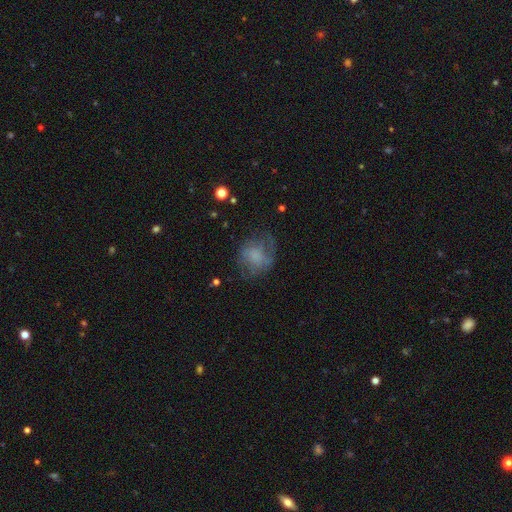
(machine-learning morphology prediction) Smooth or featured: smooth — 45% (featured or disk — 44%)
Merging: none — 53% (minor disturbance — 23%)